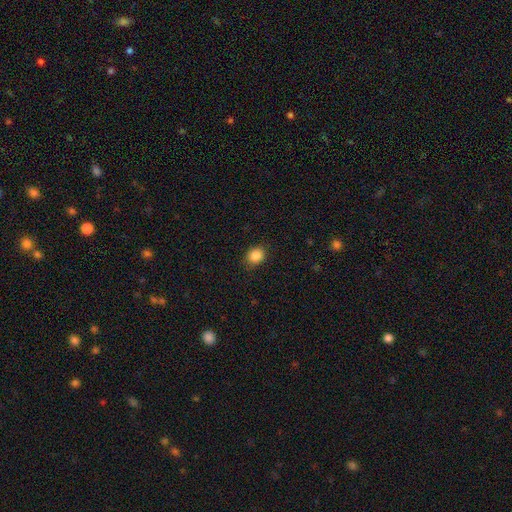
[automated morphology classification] This appears to be a smooth galaxy with no disk features (86%) that is round (64%). Merging: none (86%).